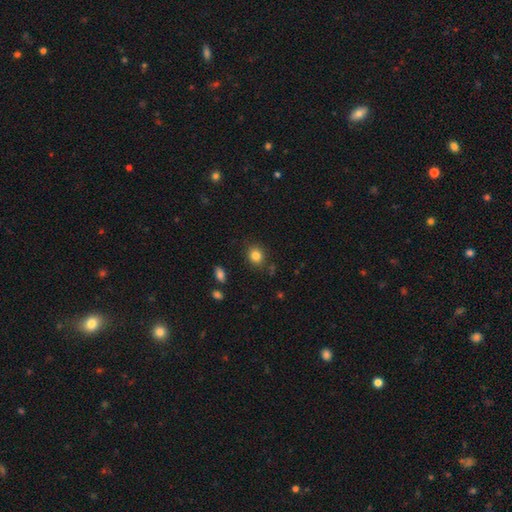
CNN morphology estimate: Smooth or featured? smooth (84%)
How rounded? round (66%)
Merging? none (83%)